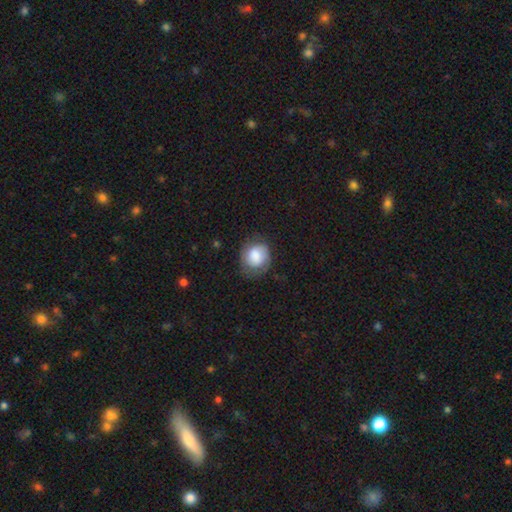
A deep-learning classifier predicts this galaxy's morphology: Overall: smooth (79%). How rounded: round (70%). Merging: none (64%; minor disturbance 25%).